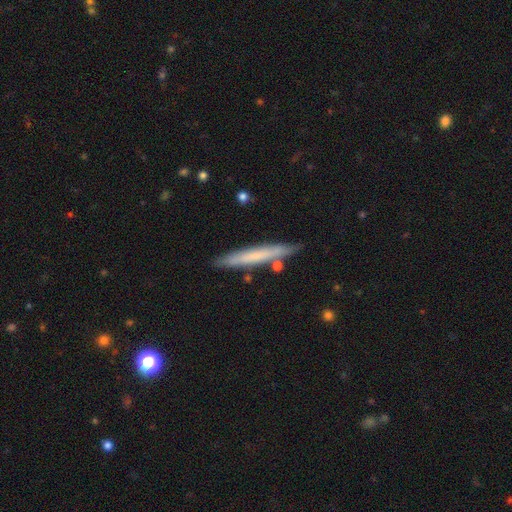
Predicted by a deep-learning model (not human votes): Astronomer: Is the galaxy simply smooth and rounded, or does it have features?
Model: smooth — 58% (runner-up: featured or disk, 36%).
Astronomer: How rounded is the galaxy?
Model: cigar-shaped — 95%.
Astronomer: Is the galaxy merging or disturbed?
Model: none — 83%.